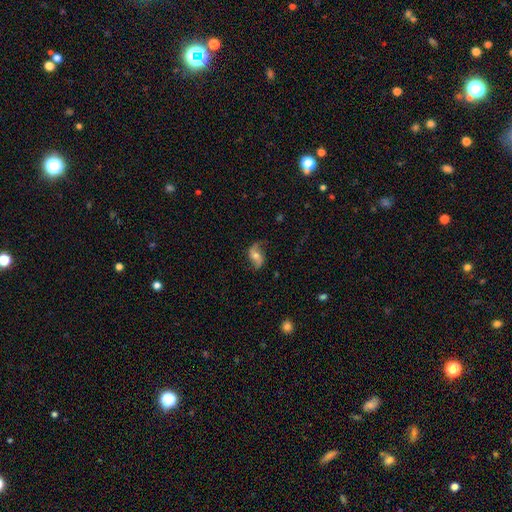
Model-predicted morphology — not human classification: A featured or disk galaxy (66%) with no bar (45%), 2 (90%) loose (74%) spiral arms (90%) and a moderate central bulge (59%).

Vote fractions:
- Smooth or featured? featured or disk: 66% / smooth: 26% / star or artifact: 8%
- Edge-on disk? no: 95% / yes: 5%
- Bar? no: 45% / weak: 34% / strong: 21%
- Spiral arms? yes: 90% / no: 10%
- Spiral winding? loose: 74% / medium: 19% / tight: 7%
- Spiral arm count? 2: 90% / 1: 4% / can't tell: 4% / 3: 1% / 4: 1% / more than 4: 1%
- Bulge size? moderate: 59% / small: 30% / large: 7% / none: 3% / dominant: 1%
- Merging? none: 70% / minor disturbance: 20% / major disturbance: 9% / merger: 2%